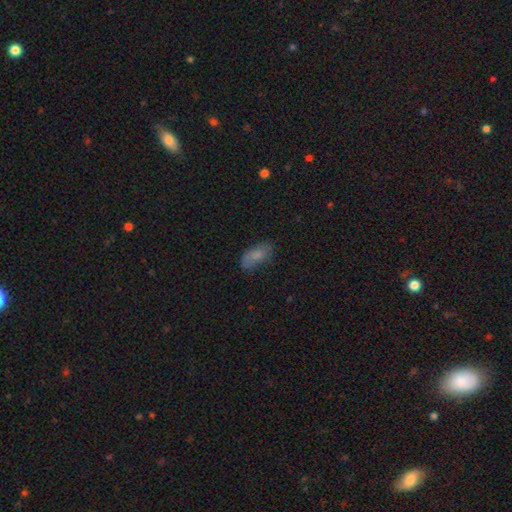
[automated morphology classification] Overall: smooth (73%). How rounded: in between (89%). Merging: none (63%; minor disturbance 25%).